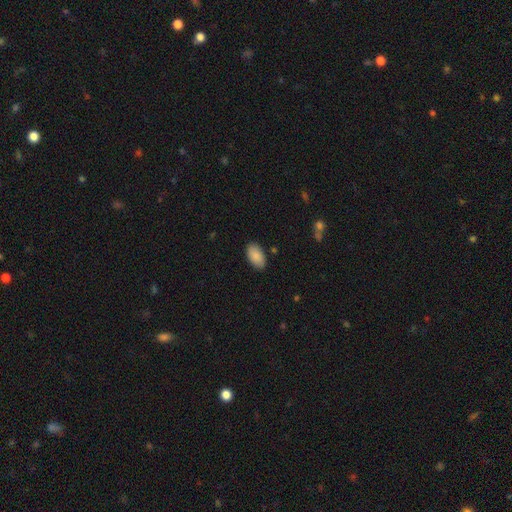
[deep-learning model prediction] Smooth or featured? smooth (89%)
How rounded? in between (95%)
Merging? none (86%)